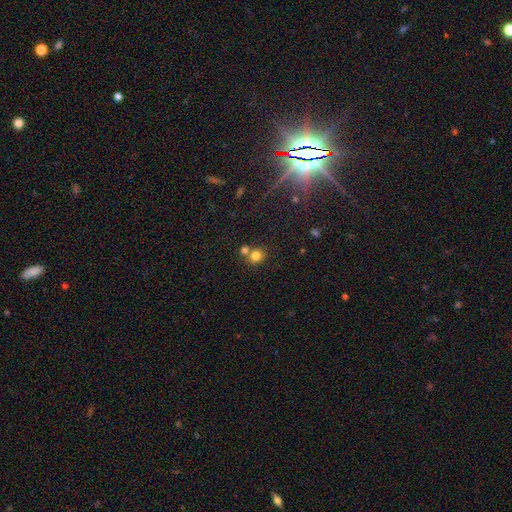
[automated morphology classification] A smooth galaxy with no disk features (79%) that is round (78%).

Vote fractions:
- Smooth or featured? smooth: 79% / star or artifact: 13% / featured or disk: 8%
- How rounded? round: 78% / in between: 21% / cigar-shaped: 1%
- Merging? none: 58% / merger: 32% / minor disturbance: 8% / major disturbance: 3%